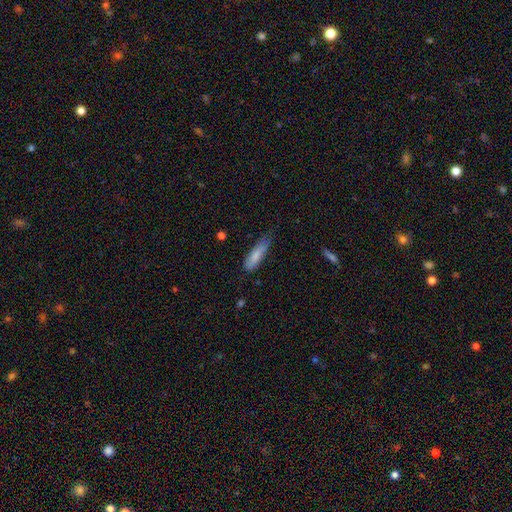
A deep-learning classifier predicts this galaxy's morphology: smooth 81%, featured or disk 13%, star or artifact 6%. Down the decision tree: how rounded — cigar-shaped (58%); merging — none (50%).